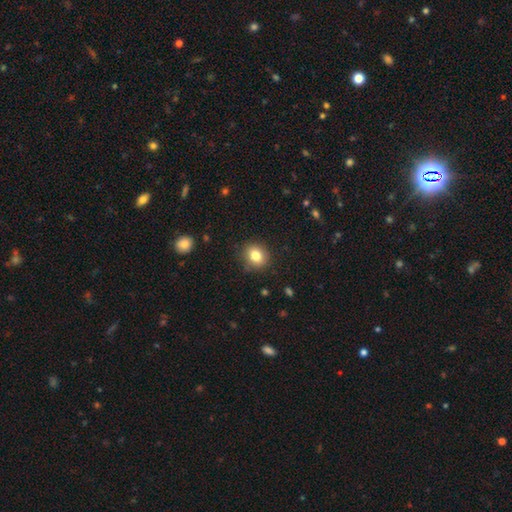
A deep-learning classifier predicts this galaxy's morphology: Smooth or featured?
  - smooth: 82% *
  - star or artifact: 11%
  - featured or disk: 8%
How rounded?
  - round: 69% *
  - in between: 30%
  - cigar-shaped: 1%
Merging?
  - none: 87% *
  - minor disturbance: 9%
  - major disturbance: 2%
  - merger: 1%